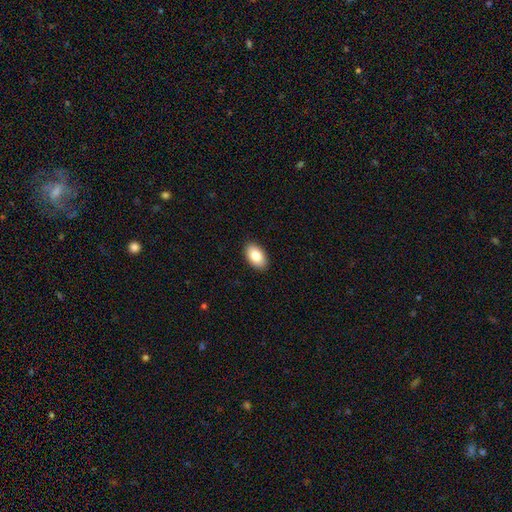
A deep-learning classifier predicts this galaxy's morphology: The model was most divided on "smooth or featured": smooth: 86%, featured or disk: 7%, star or artifact: 6%. More confident: how rounded — in between (95%); merging — none (90%).